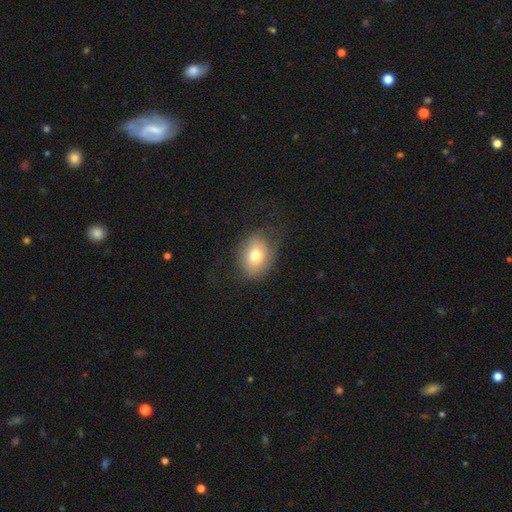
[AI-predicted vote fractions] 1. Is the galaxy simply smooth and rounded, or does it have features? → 73% smooth, 17% featured or disk, 10% star or artifact.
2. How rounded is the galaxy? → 59% in between, 40% round, 1% cigar-shaped.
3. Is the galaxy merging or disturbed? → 68% none, 20% minor disturbance, 11% major disturbance, 1% merger.